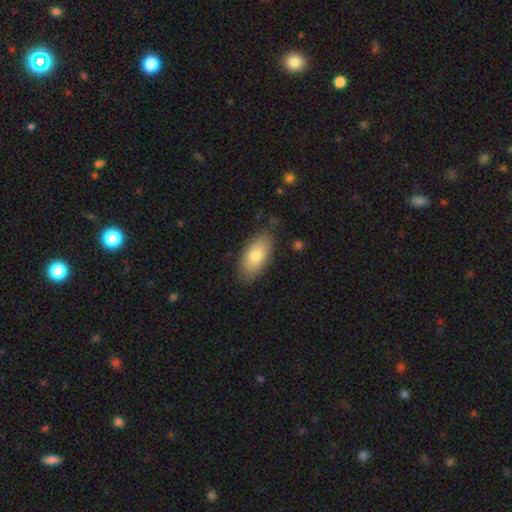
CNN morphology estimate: The model was most divided on "smooth or featured": smooth: 78%, featured or disk: 15%, star or artifact: 6%. More confident: how rounded — in between (91%); merging — none (83%).